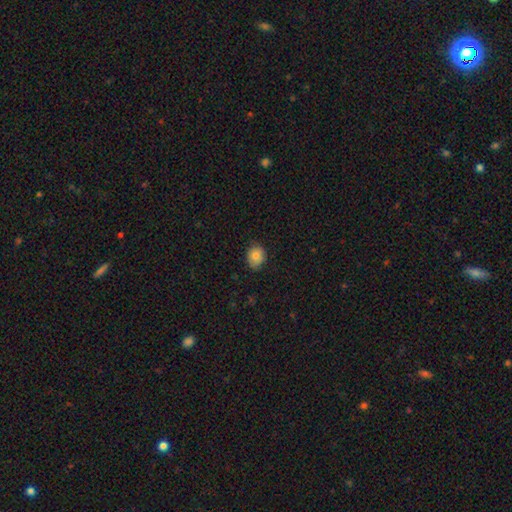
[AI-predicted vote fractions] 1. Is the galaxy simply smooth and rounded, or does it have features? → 81% smooth, 10% featured or disk, 9% star or artifact.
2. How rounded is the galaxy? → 53% round, 46% in between, 1% cigar-shaped.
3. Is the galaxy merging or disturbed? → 80% none, 17% minor disturbance, 3% major disturbance, 1% merger.